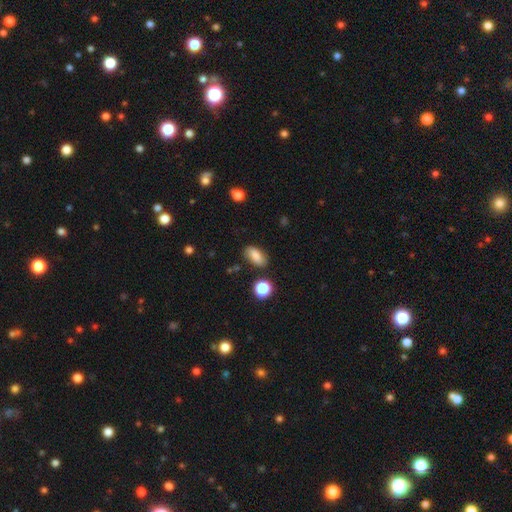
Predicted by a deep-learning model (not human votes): smooth-or-featured: smooth: 79% | featured or disk: 11% | star or artifact: 9%
  how-rounded: in between: 87% | round: 7% | cigar-shaped: 6%
  merging: none: 80% | minor disturbance: 14% | major disturbance: 3% | merger: 3%